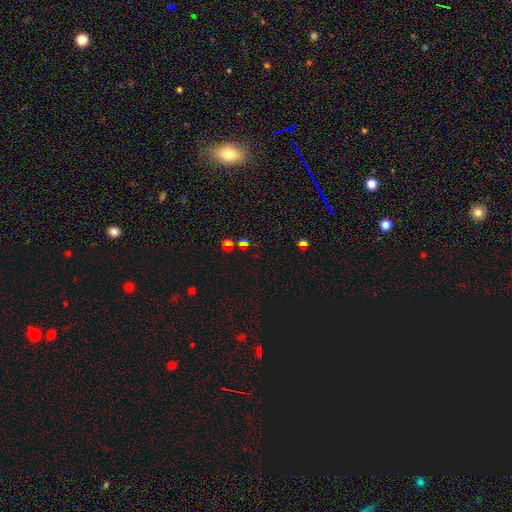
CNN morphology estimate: smooth_or_featured: star or artifact (p=0.51) [alt: smooth p=0.42]